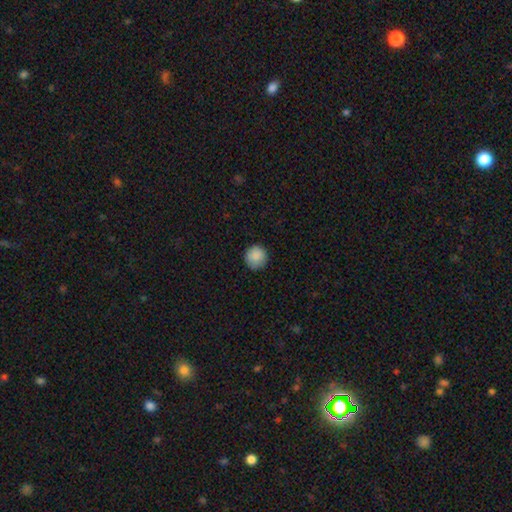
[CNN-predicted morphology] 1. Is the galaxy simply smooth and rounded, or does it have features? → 88% smooth, 8% star or artifact, 4% featured or disk.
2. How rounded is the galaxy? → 95% round, 4% in between, 1% cigar-shaped.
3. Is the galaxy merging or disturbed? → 87% none, 10% minor disturbance, 2% major disturbance, 1% merger.